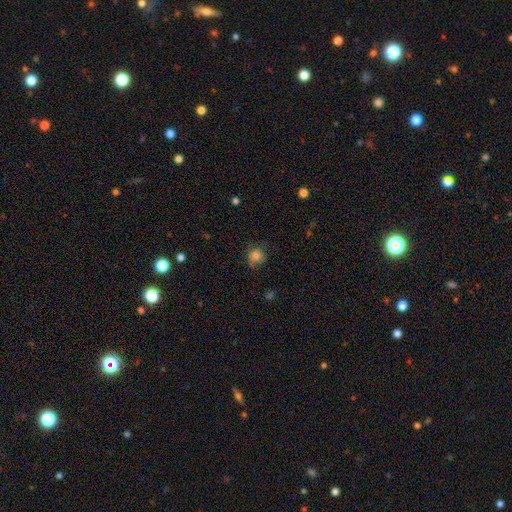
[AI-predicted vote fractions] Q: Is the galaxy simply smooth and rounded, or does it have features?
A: smooth — 77%.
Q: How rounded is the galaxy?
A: round — 84%.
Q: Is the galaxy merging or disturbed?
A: none — 65%.